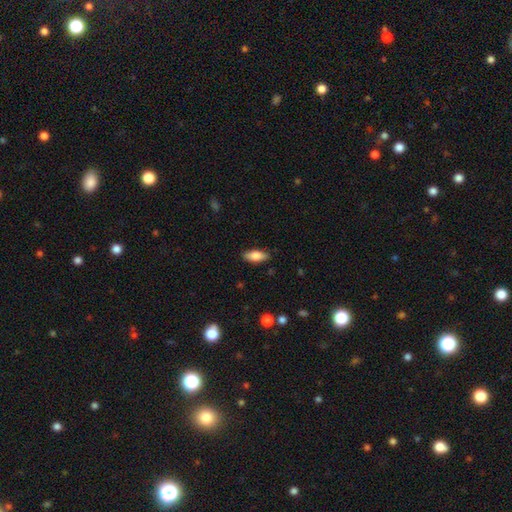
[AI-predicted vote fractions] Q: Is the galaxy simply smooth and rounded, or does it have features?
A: smooth — 81%.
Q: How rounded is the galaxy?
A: in between — 80%.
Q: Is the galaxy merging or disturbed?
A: none — 87%.